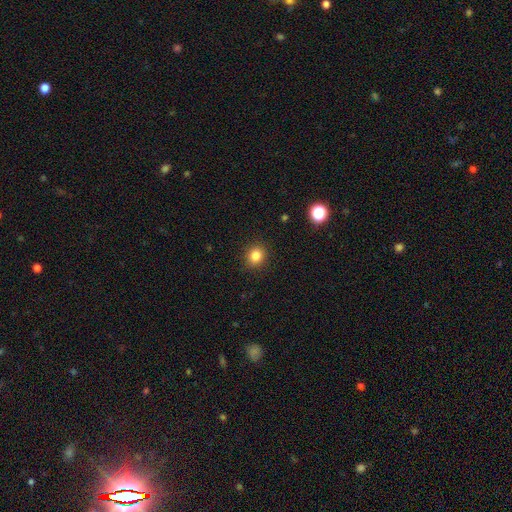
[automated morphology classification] smooth 84%, star or artifact 12%, featured or disk 5%. Down the decision tree: how rounded — round (80%); merging — none (91%).